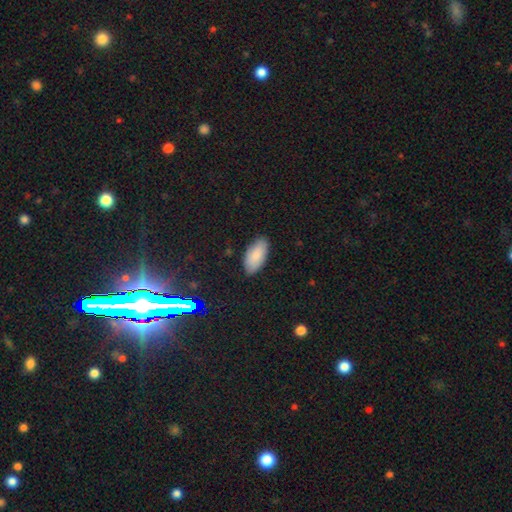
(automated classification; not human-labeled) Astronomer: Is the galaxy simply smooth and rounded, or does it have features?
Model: smooth — 84%.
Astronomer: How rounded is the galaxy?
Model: in between — 94%.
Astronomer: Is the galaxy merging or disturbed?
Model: none — 85%.